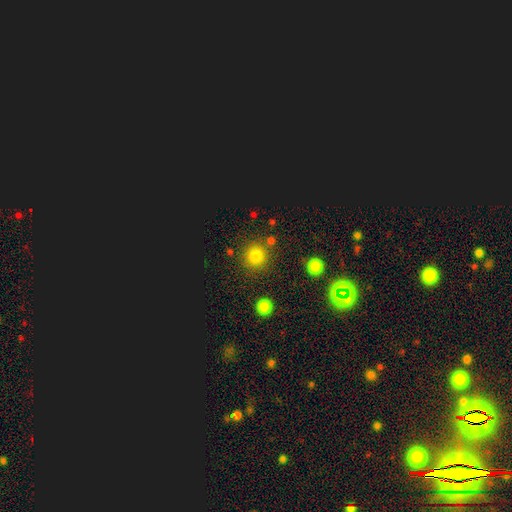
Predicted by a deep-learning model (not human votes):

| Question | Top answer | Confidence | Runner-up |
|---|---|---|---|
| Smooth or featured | smooth | 79% | star or artifact (16%) |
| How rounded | round | 93% | in between (6%) |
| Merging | none | 85% | minor disturbance (7%) |